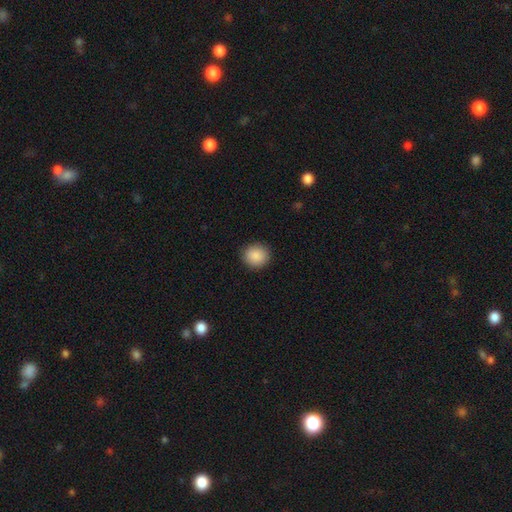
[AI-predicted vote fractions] A smooth galaxy with no disk features (89%) that is round (87%).

Vote fractions:
- Smooth or featured? smooth: 89% / star or artifact: 8% / featured or disk: 3%
- How rounded? round: 87% / in between: 12% / cigar-shaped: 1%
- Merging? none: 91% / minor disturbance: 6% / major disturbance: 2% / merger: 1%